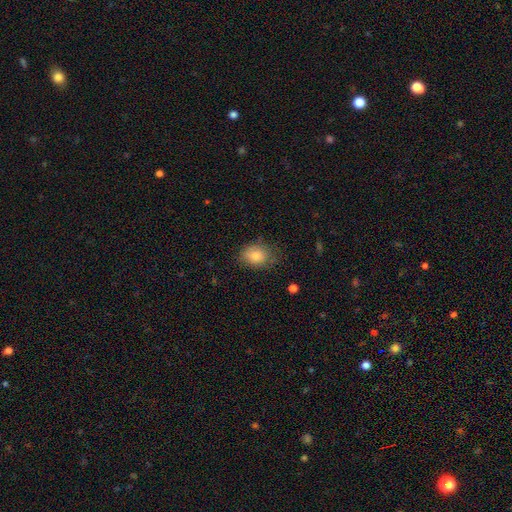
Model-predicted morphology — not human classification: smooth_or_featured: smooth (p=0.81) [alt: featured or disk p=0.10]
how_rounded: in between (p=0.70) [alt: round p=0.29]
merging: none (p=0.71) [alt: minor disturbance p=0.23]